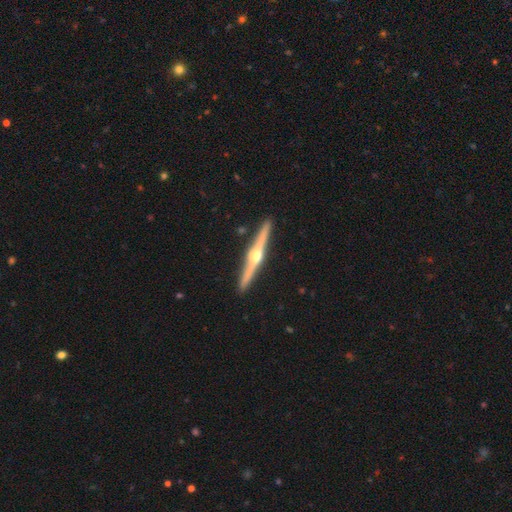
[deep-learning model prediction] Overall: featured or disk (81%). Edge-on disk: yes (99%). Edge-on bulge: rounded (94%). Merging: none (92%).